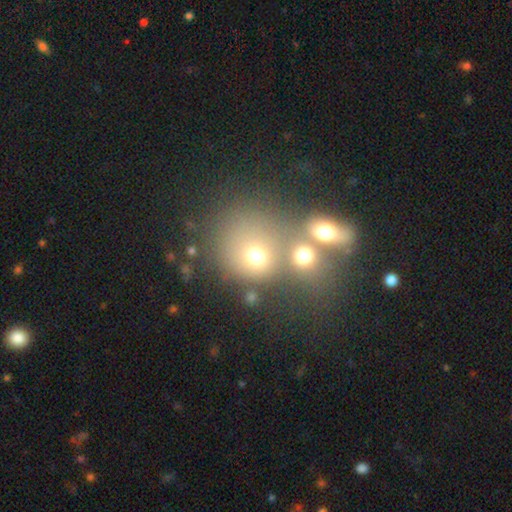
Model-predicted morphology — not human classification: This appears to be a smooth galaxy with no disk features (71%) that is round (76%). Merging: merger (53%).